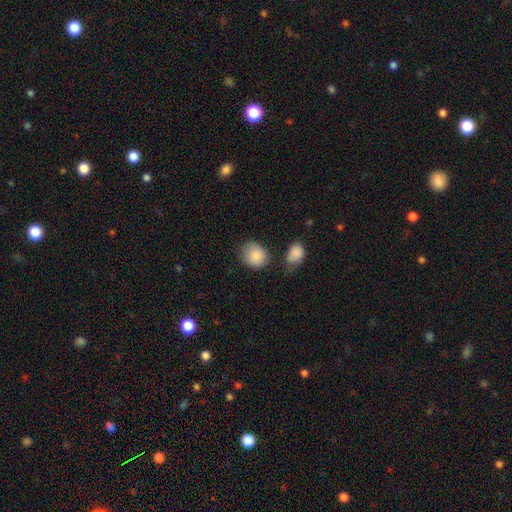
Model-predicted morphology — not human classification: smooth_or_featured: smooth (p=0.87) [alt: star or artifact p=0.07]
how_rounded: round (p=0.69) [alt: in between p=0.30]
merging: none (p=0.61) [alt: minor disturbance p=0.23]